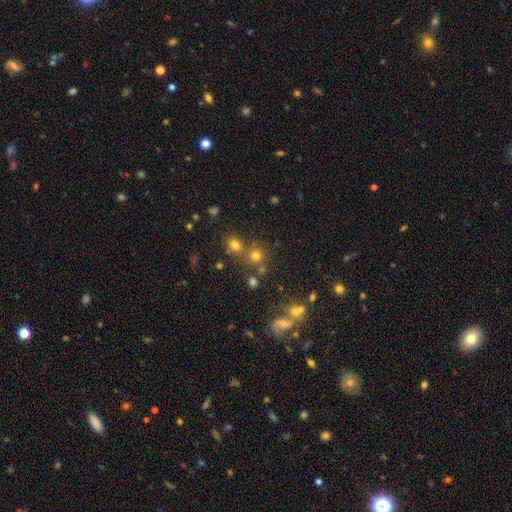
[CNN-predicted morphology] A smooth galaxy with no disk features (70%) that is round (84%).

Vote fractions:
- Smooth or featured? smooth: 70% / star or artifact: 21% / featured or disk: 10%
- How rounded? round: 84% / in between: 15% / cigar-shaped: 1%
- Merging? none: 63% / merger: 24% / minor disturbance: 9% / major disturbance: 4%